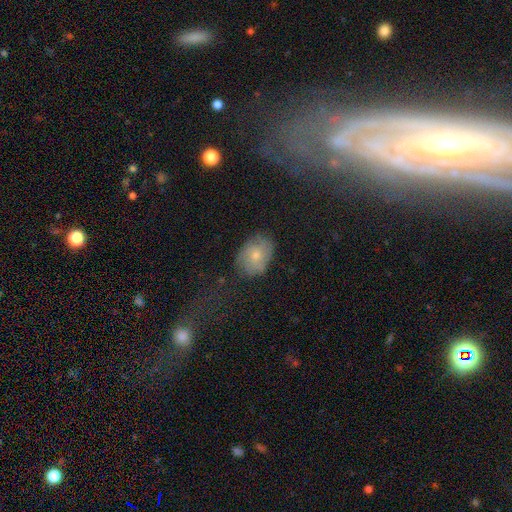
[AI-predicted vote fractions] A smooth galaxy with no disk features (54%) that is in between round and cigar-shaped (69%). Merging: none (69%).